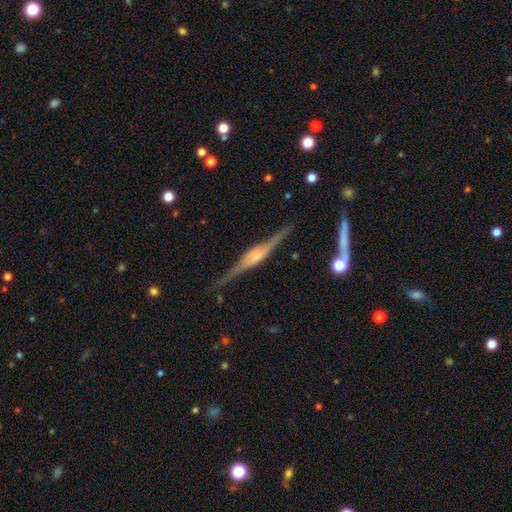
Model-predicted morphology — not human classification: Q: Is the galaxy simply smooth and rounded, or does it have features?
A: featured or disk — 86%.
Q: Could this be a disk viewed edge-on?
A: yes — 98%.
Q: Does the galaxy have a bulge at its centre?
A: rounded — 67%.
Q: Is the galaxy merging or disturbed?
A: none — 86%.